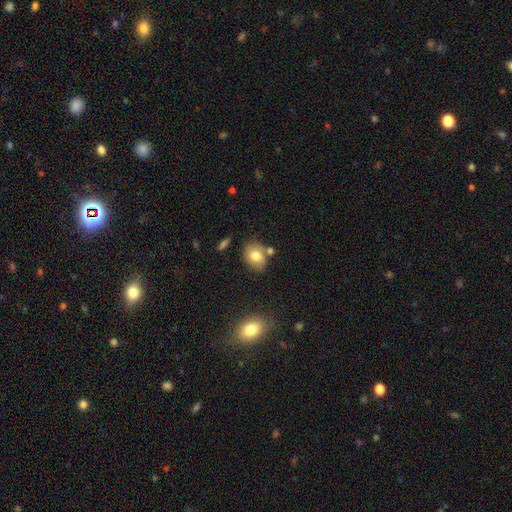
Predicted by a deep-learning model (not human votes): A smooth galaxy with no disk features (77%) that is in between round and cigar-shaped (64%). Merging: none (69%).